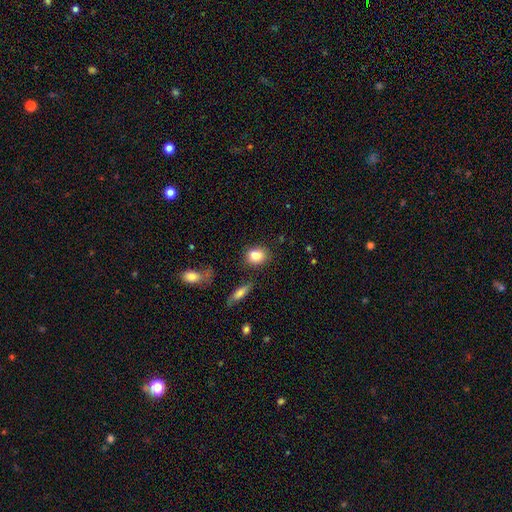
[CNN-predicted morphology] A smooth galaxy with no disk features (83%) that is in between round and cigar-shaped (59%). Merging: none (70%).